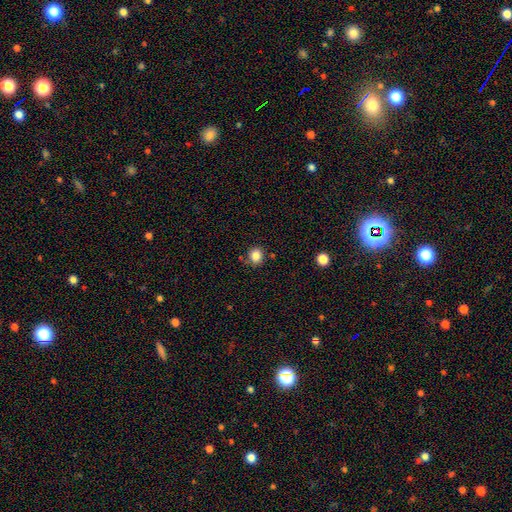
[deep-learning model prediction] smooth 84%, star or artifact 11%, featured or disk 5%. Down the decision tree: how rounded — round (75%); merging — none (79%).